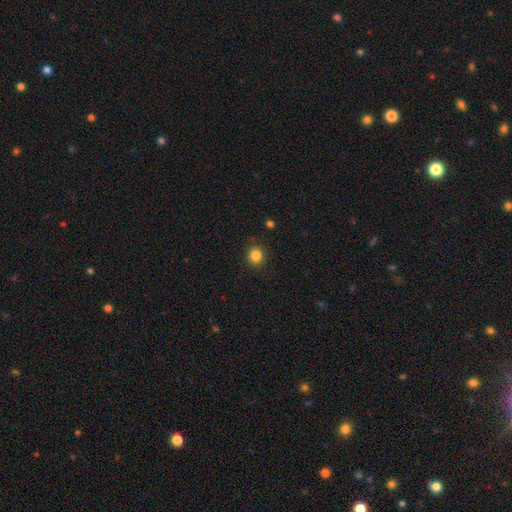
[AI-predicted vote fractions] Q: Smooth or featured?
A: smooth (84%); runner-up: star or artifact (11%)
Q: How rounded?
A: round (89%); runner-up: in between (10%)
Q: Merging?
A: none (90%); runner-up: minor disturbance (6%)